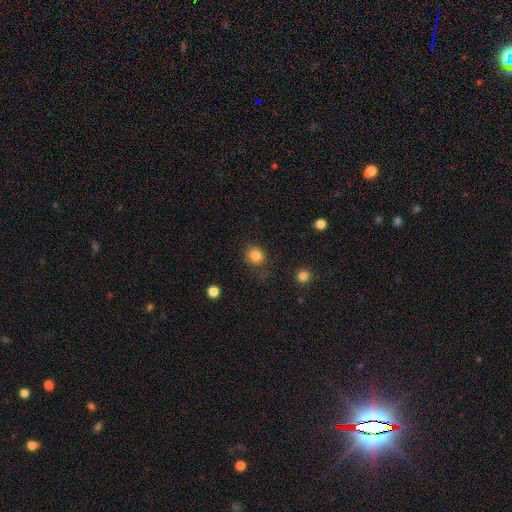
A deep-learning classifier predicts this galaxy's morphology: type=smooth (84%); roundness=round (80%); merging=none (79%).